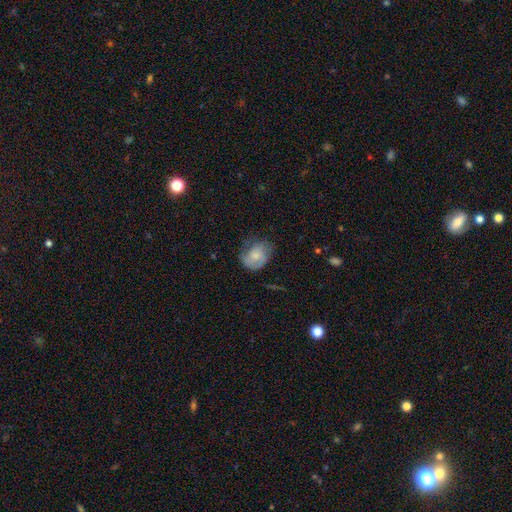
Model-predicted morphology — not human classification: Smooth or featured? Predicted: smooth (p=0.56). How rounded? Predicted: in between (p=0.50). Merging? Predicted: none (p=0.50).